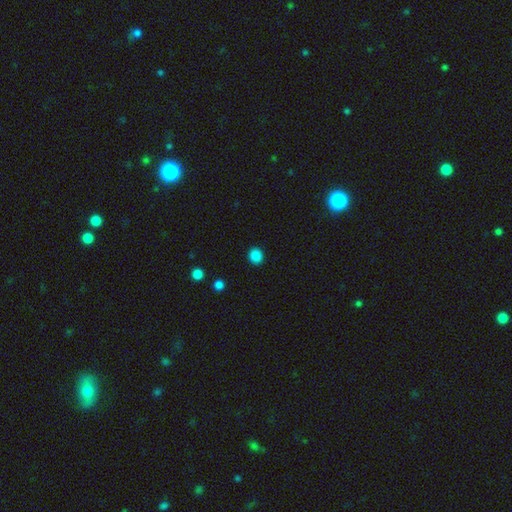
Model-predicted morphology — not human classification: Q: Smooth or featured?
A: smooth (86%); runner-up: star or artifact (11%)
Q: How rounded?
A: round (75%); runner-up: in between (24%)
Q: Merging?
A: none (91%); runner-up: minor disturbance (6%)